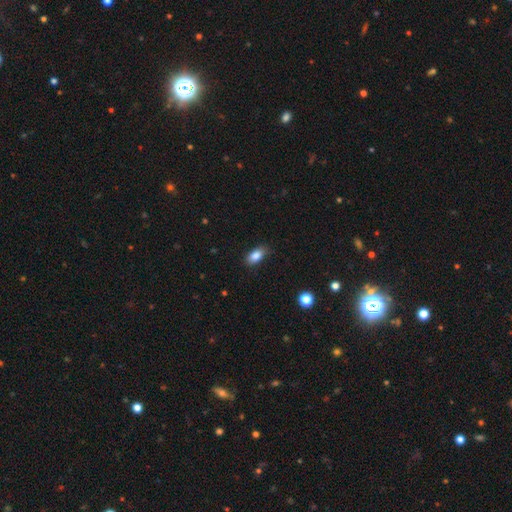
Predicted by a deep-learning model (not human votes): Q: Smooth or featured?
A: smooth (85%); runner-up: star or artifact (8%)
Q: How rounded?
A: in between (89%); runner-up: cigar-shaped (6%)
Q: Merging?
A: none (83%); runner-up: minor disturbance (13%)